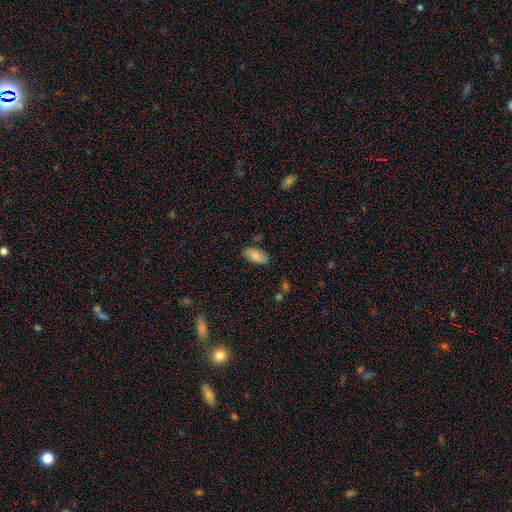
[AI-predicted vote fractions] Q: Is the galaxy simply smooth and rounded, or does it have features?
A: smooth — 83%.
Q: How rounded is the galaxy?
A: in between — 94%.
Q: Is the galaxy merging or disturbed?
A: none — 83%.